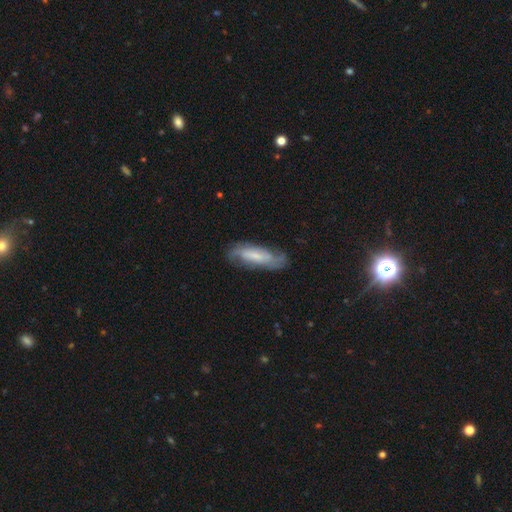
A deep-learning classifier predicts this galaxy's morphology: Q: Smooth or featured?
A: featured or disk (58%); runner-up: smooth (36%)
Q: Edge-on disk?
A: no (78%); runner-up: yes (22%)
Q: Merging?
A: none (70%); runner-up: minor disturbance (21%)